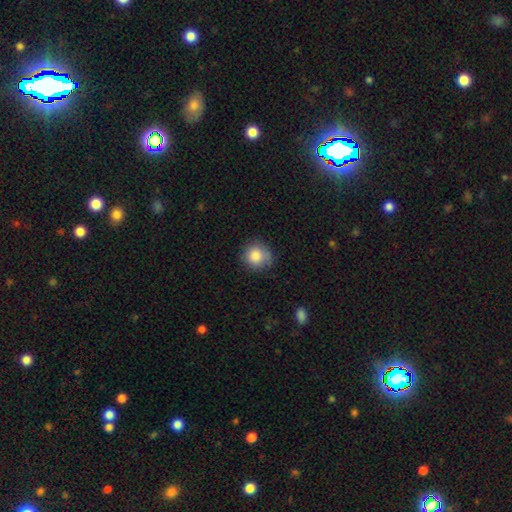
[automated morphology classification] smooth 85%, star or artifact 9%, featured or disk 6%. Down the decision tree: how rounded — round (90%); merging — none (74%).